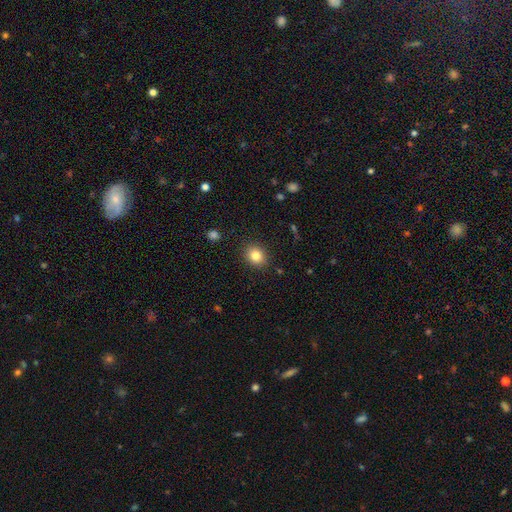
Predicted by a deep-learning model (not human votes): Smooth or featured?
  - smooth: 82% *
  - star or artifact: 11%
  - featured or disk: 7%
How rounded?
  - round: 66% *
  - in between: 33%
  - cigar-shaped: 1%
Merging?
  - none: 89% *
  - minor disturbance: 8%
  - major disturbance: 2%
  - merger: 1%